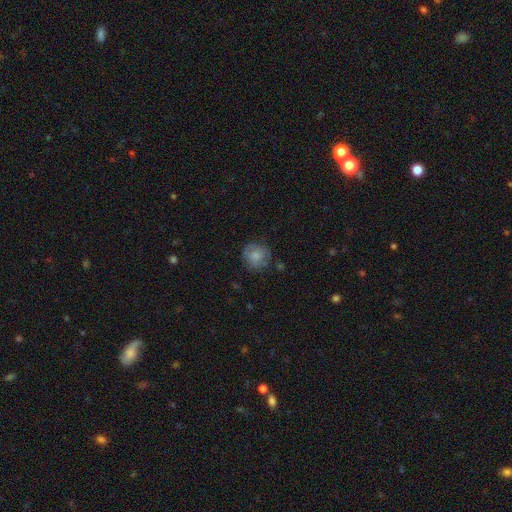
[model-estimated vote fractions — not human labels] smooth_or_featured: smooth (p=0.73) [alt: featured or disk p=0.19]
how_rounded: round (p=0.88) [alt: in between p=0.11]
merging: none (p=0.73) [alt: minor disturbance p=0.19]